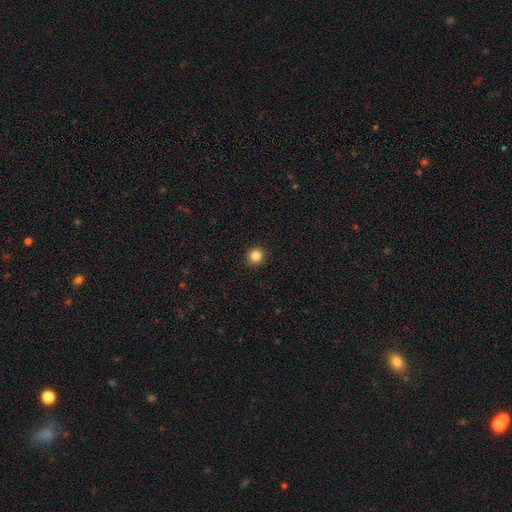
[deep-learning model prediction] A smooth galaxy with no disk features (85%) that is round (93%). Merging: none (93%).